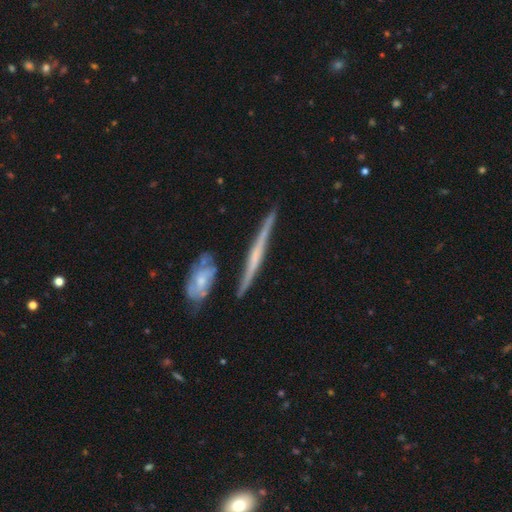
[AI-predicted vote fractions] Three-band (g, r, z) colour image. It shows a featured or disk galaxy (72%) viewed edge-on (95%) with no central bulge (59%). Merging: none (79%).